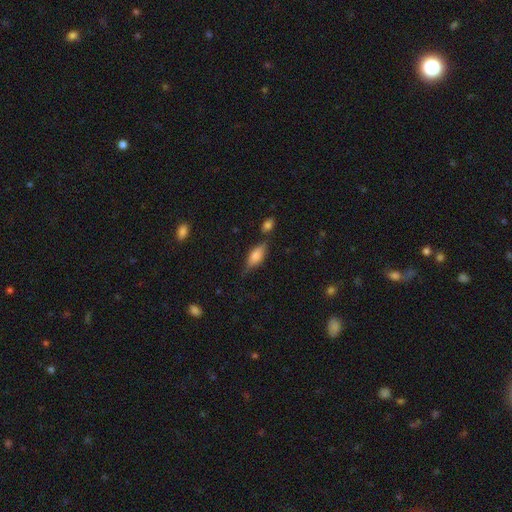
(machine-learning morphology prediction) smooth_or_featured: smooth (p=0.53) [alt: featured or disk p=0.39]
how_rounded: in between (p=0.71) [alt: cigar-shaped p=0.25]
merging: none (p=0.66) [alt: minor disturbance p=0.19]